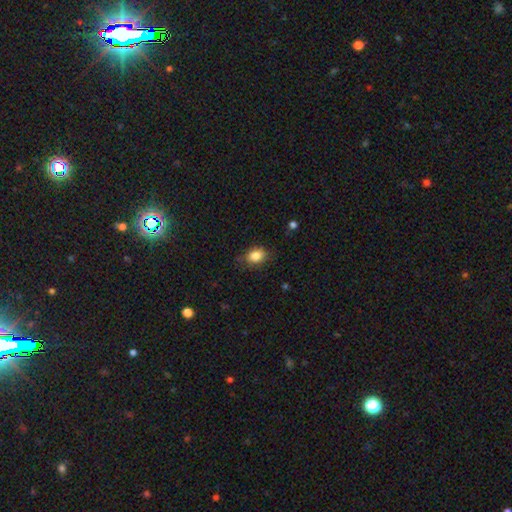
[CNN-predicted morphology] Smooth or featured? Predicted: smooth (p=0.85). How rounded? Predicted: in between (p=0.72). Merging? Predicted: none (p=0.75).